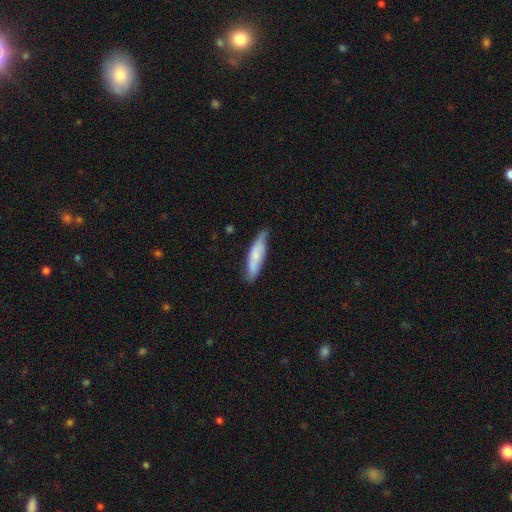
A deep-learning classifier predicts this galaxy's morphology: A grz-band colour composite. It shows a smooth galaxy with no disk features (70%) that is cigar-shaped (72%). Merging: none (73%).